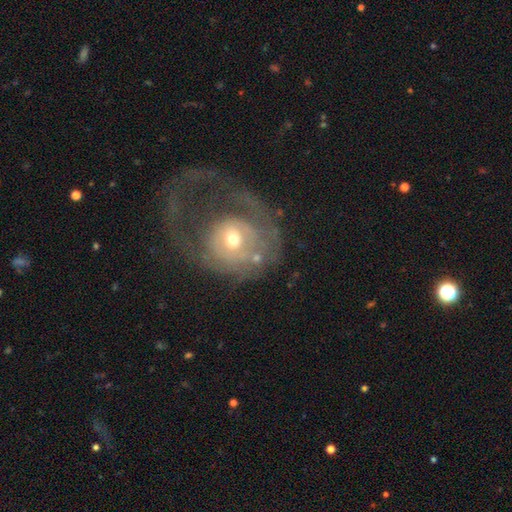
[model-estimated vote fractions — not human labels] A featured or disk galaxy (63%) with no bar (78%), spiral arms (54%) and a moderate central bulge (59%).

Vote fractions:
- Smooth or featured? featured or disk: 63% / smooth: 27% / star or artifact: 9%
- Edge-on disk? no: 96% / yes: 4%
- Bar? no: 78% / weak: 18% / strong: 4%
- Spiral arms? yes: 54% / no: 46%
- Bulge size? moderate: 59% / small: 34% / large: 5% / dominant: 1% / none: 1%
- Merging? major disturbance: 53% / none: 26% / minor disturbance: 16% / merger: 5%